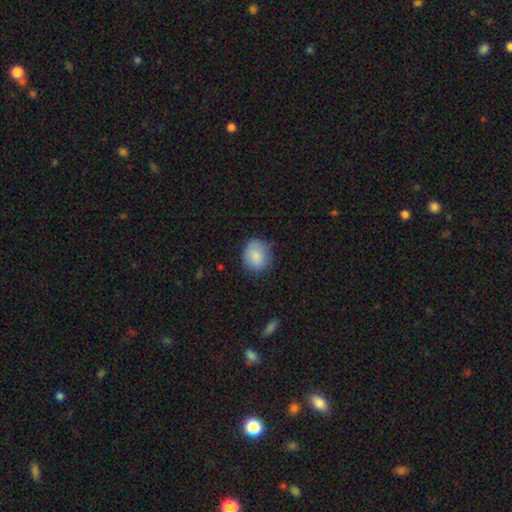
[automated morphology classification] smooth_or_featured: smooth (p=0.86) [alt: star or artifact p=0.07]
how_rounded: round (p=0.72) [alt: in between p=0.27]
merging: none (p=0.77) [alt: minor disturbance p=0.18]